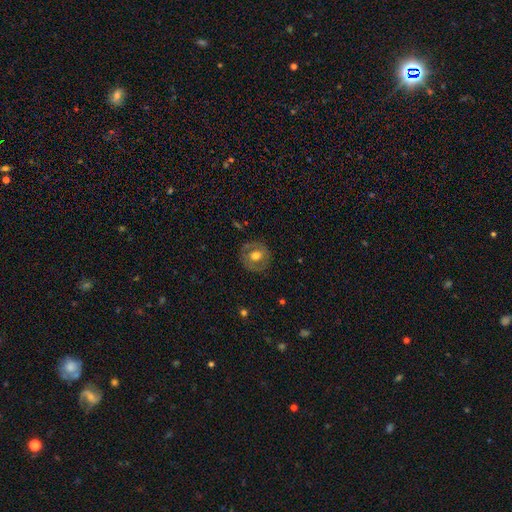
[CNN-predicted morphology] Overall: smooth (51%; featured or disk 42%). How rounded: round (84%). Merging: none (83%).